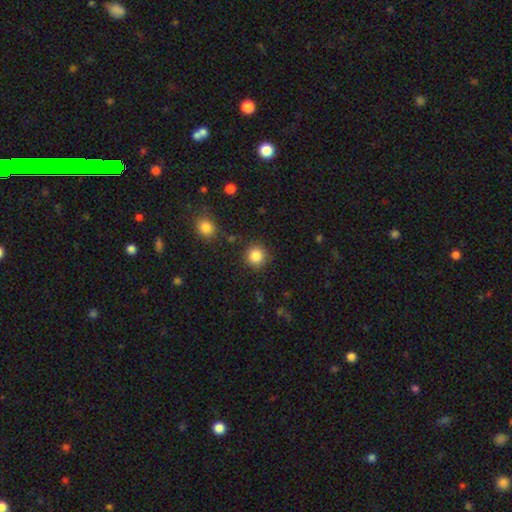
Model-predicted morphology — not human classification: A smooth galaxy with no disk features (86%) that is round (93%). Merging: none (88%).